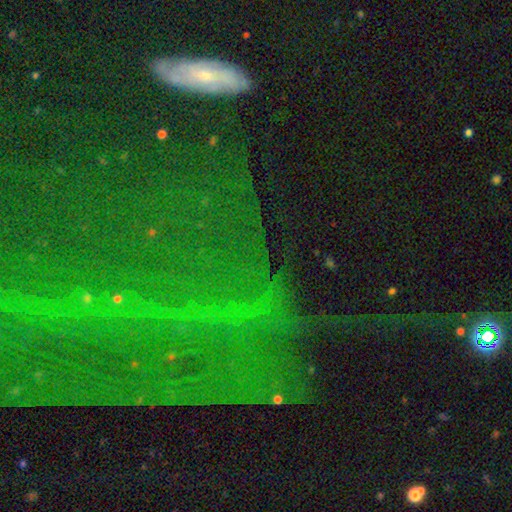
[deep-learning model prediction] This is likely a star or artifact rather than a galaxy (62%).